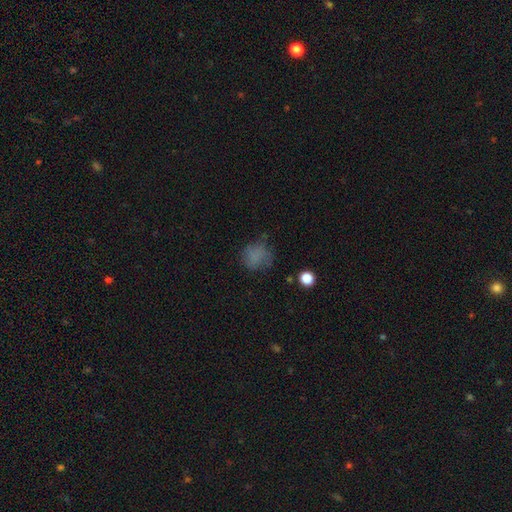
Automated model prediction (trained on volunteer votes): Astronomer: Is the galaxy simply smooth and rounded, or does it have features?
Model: smooth — 72%.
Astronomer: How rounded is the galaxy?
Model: round — 76%.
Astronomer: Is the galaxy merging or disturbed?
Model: none — 59%.